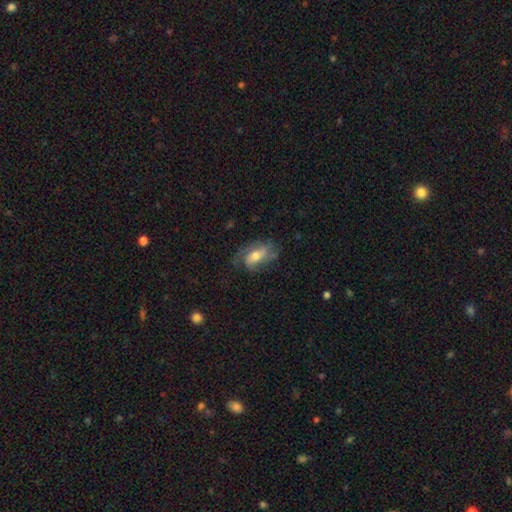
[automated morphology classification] A featured or disk galaxy (63%) with no bar (45%), spiral arms (85%) and a moderate central bulge (63%). Merging: none (56%).